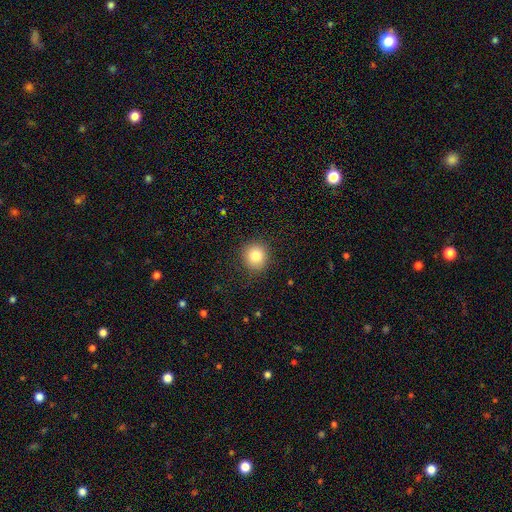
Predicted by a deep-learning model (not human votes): The model was most divided on "smooth or featured": smooth: 83%, star or artifact: 10%, featured or disk: 7%. More confident: how rounded — round (91%); merging — none (89%).